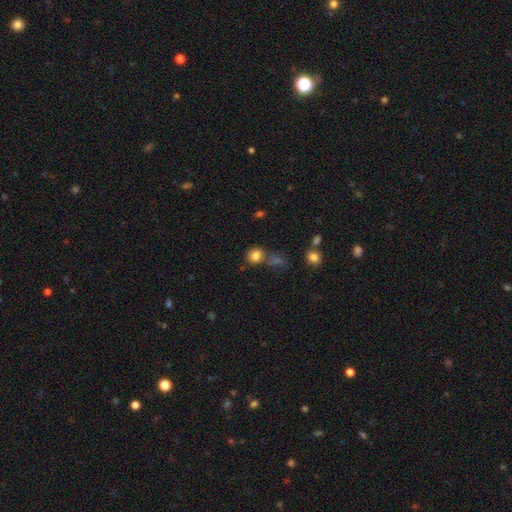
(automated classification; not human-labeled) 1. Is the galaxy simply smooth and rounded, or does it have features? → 82% smooth, 12% star or artifact, 6% featured or disk.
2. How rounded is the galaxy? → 81% round, 18% in between, 1% cigar-shaped.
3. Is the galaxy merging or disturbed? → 64% none, 19% merger, 12% minor disturbance, 5% major disturbance.